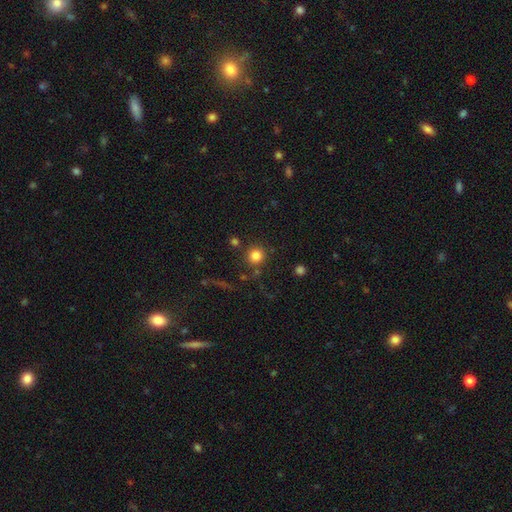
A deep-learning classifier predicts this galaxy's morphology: The model was most divided on "smooth or featured": smooth: 82%, star or artifact: 12%, featured or disk: 6%. More confident: how rounded — round (93%); merging — none (82%).